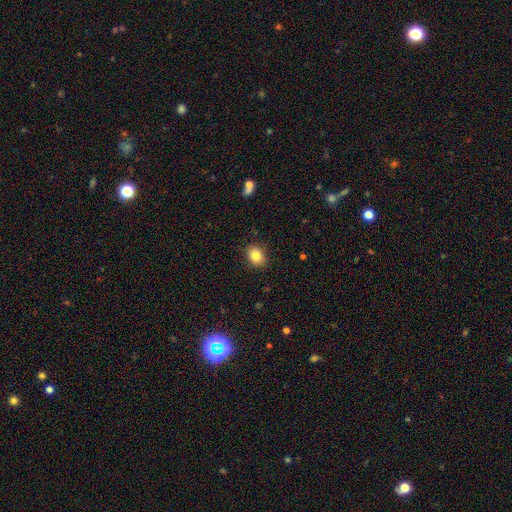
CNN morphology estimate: smooth 84%, star or artifact 9%, featured or disk 7%. Down the decision tree: how rounded — in between (61%); merging — none (88%).